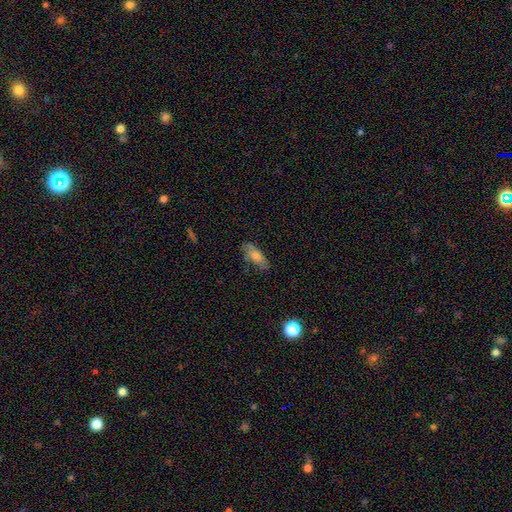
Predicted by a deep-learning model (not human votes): Morphology: type=smooth (63%); roundness=in between (72%); merging=none (75%).